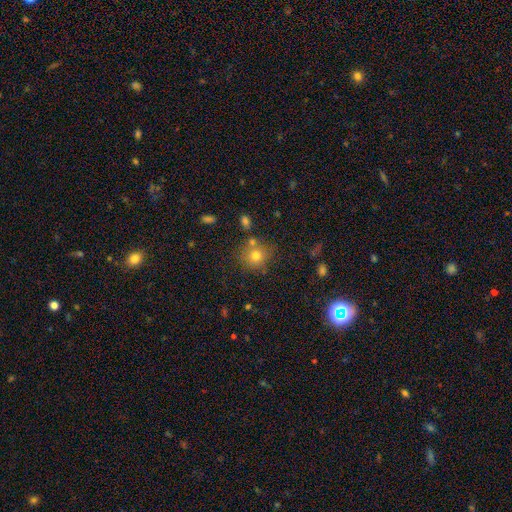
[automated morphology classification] smooth_or_featured: smooth (p=0.74) [alt: star or artifact p=0.15]
how_rounded: round (p=0.87) [alt: in between p=0.12]
merging: none (p=0.72) [alt: merger p=0.12]